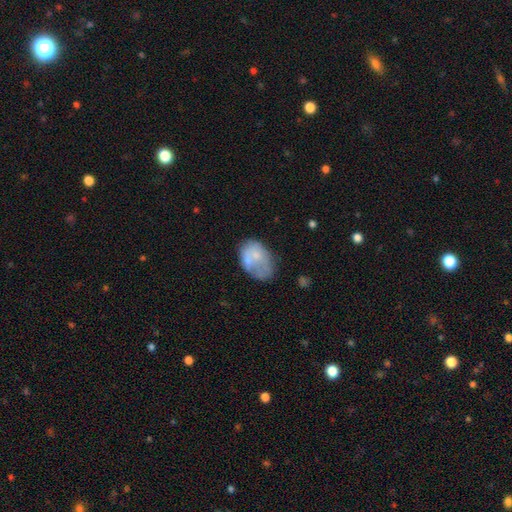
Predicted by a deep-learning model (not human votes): Smooth or featured? Predicted: smooth (p=0.58). How rounded? Predicted: in between (p=0.81). Merging? Predicted: none (p=0.38).